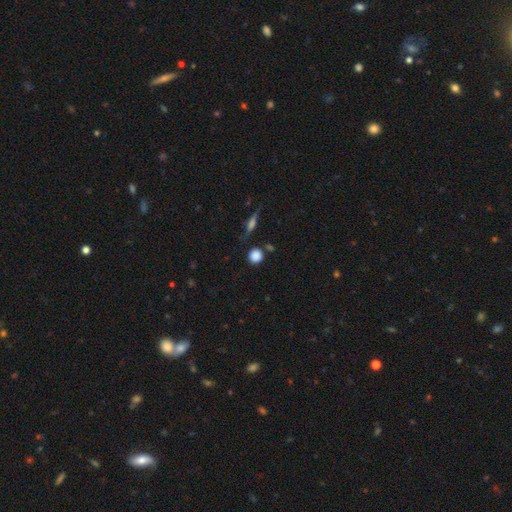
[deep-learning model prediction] smooth_or_featured: smooth (p=0.84) [alt: star or artifact p=0.10]
how_rounded: round (p=0.91) [alt: in between p=0.07]
merging: none (p=0.80) [alt: minor disturbance p=0.11]